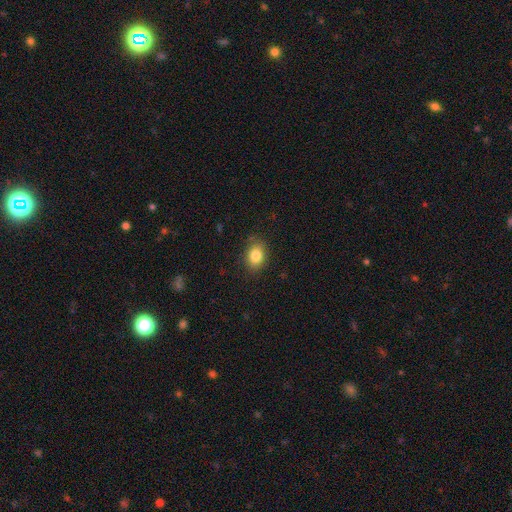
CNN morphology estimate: Smooth or featured: smooth — 84% (star or artifact — 9%)
How rounded: in between — 69% (round — 30%)
Merging: none — 84% (minor disturbance — 12%)